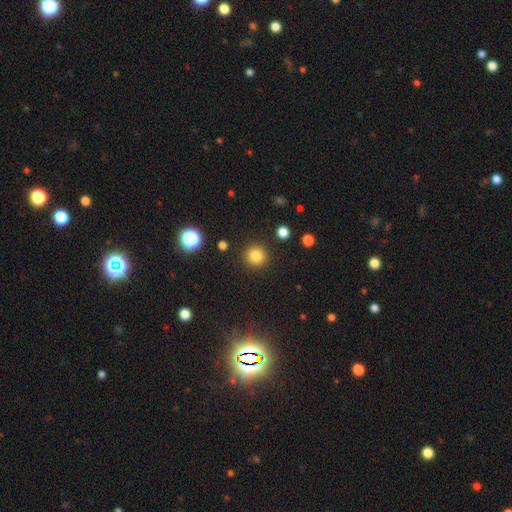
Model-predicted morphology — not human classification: A smooth galaxy with no disk features (82%) that is round (94%).

Vote fractions:
- Smooth or featured? smooth: 82% / star or artifact: 13% / featured or disk: 5%
- How rounded? round: 94% / in between: 5% / cigar-shaped: 1%
- Merging? none: 91% / minor disturbance: 5% / major disturbance: 2% / merger: 2%